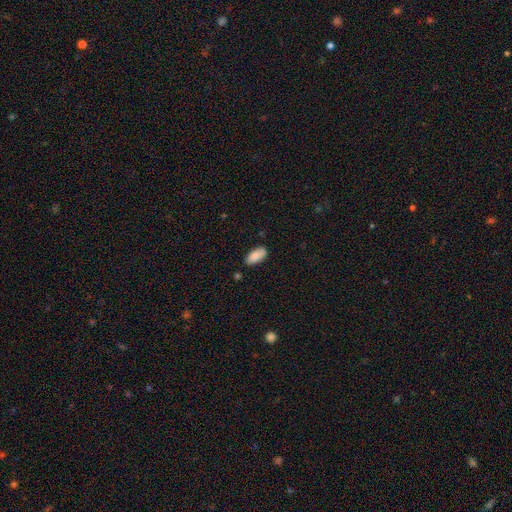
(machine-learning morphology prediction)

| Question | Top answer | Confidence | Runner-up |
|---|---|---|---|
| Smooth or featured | smooth | 87% | star or artifact (6%) |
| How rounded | in between | 90% | cigar-shaped (9%) |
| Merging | none | 80% | minor disturbance (15%) |